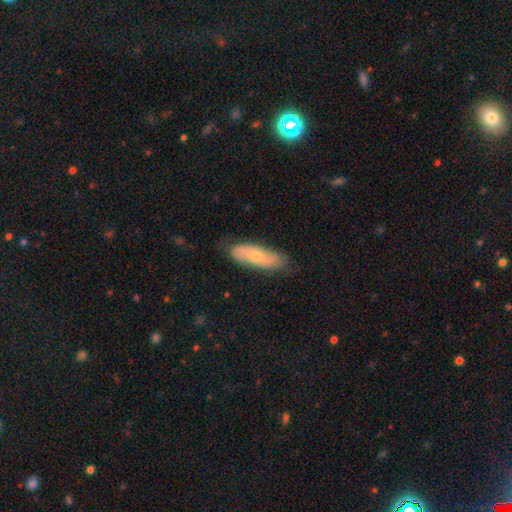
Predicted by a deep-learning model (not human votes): Overall: smooth (54%; featured or disk 40%). How rounded: in between (59%; cigar-shaped 38%). Merging: none (77%).